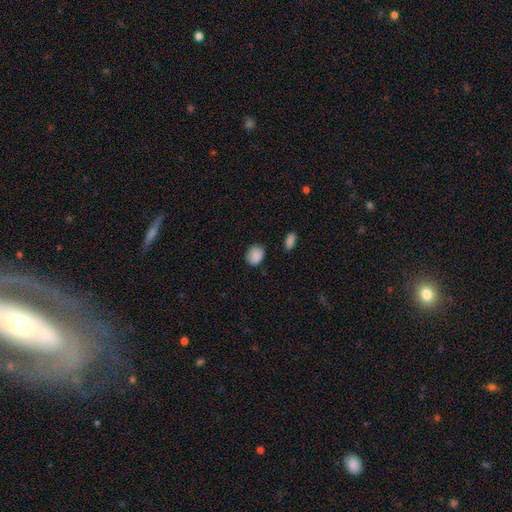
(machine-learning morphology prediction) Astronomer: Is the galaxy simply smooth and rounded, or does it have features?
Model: smooth — 87%.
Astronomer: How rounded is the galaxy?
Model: round — 52% (runner-up: in between, 47%).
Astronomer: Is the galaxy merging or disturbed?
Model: none — 74%.